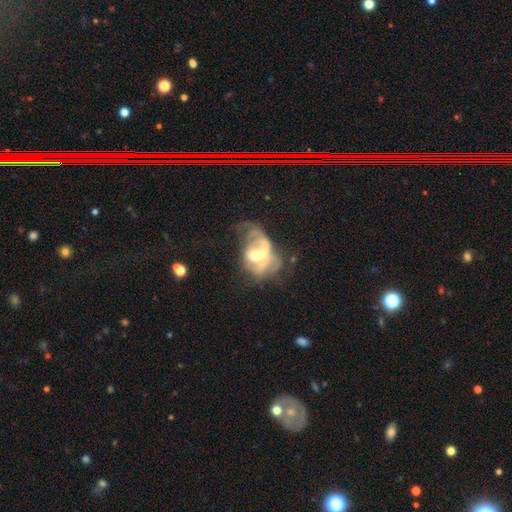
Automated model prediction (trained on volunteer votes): This is likely a featured or disk galaxy (64%). It is clearly not viewed edge-on (96%). Bar: likely no (75%). Spiral arm pattern: likely no (64%). Central bulge: likely moderate (63%). Merging: possibly merger (56%).